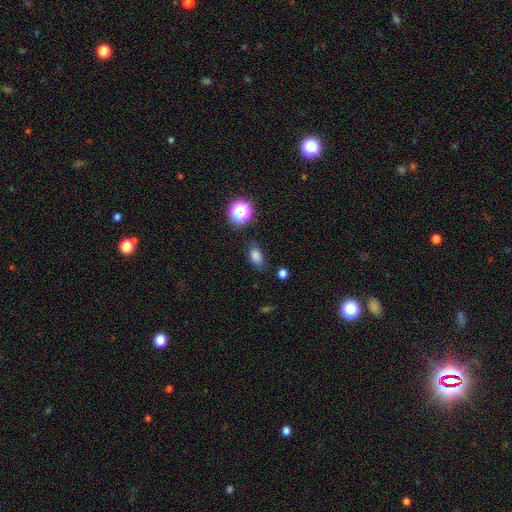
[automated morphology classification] Smooth or featured?
  - smooth: 81% *
  - star or artifact: 14%
  - featured or disk: 6%
How rounded?
  - in between: 84% *
  - round: 13%
  - cigar-shaped: 3%
Merging?
  - none: 79% *
  - minor disturbance: 15%
  - major disturbance: 4%
  - merger: 2%